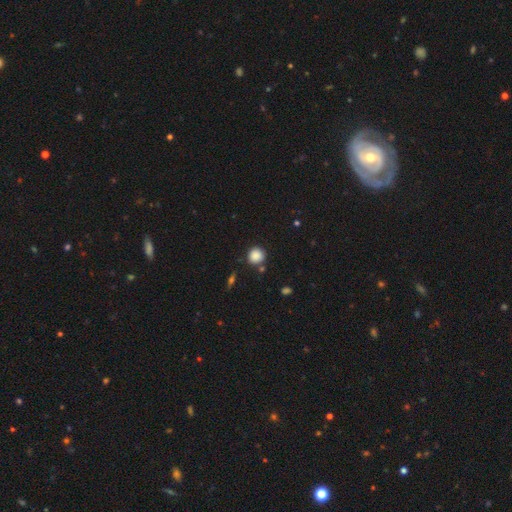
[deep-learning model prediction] Smooth or featured?
  - smooth: 86% *
  - star or artifact: 10%
  - featured or disk: 4%
How rounded?
  - round: 91% *
  - in between: 8%
  - cigar-shaped: 1%
Merging?
  - none: 81% *
  - minor disturbance: 11%
  - merger: 5%
  - major disturbance: 3%